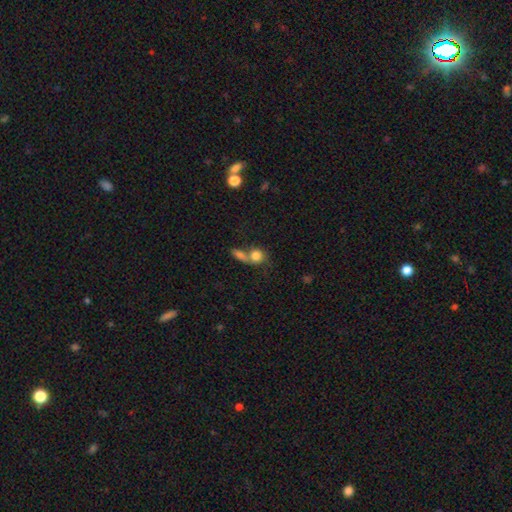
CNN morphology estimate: Overall: smooth (79%). How rounded: round (69%). Merging: merger (55%; none 29%).